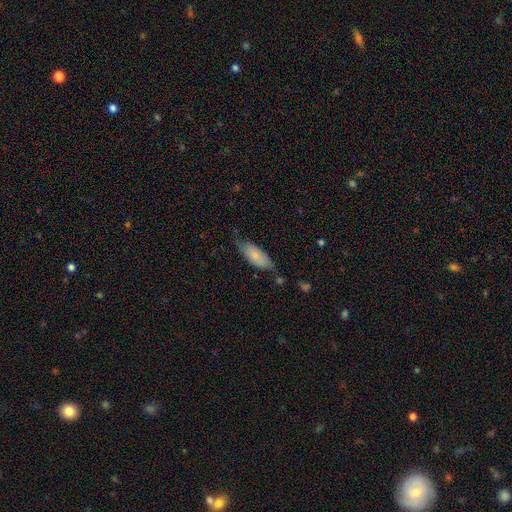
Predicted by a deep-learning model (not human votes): Smooth or featured? smooth (75%)
How rounded? in between (80%)
Merging? none (56%)